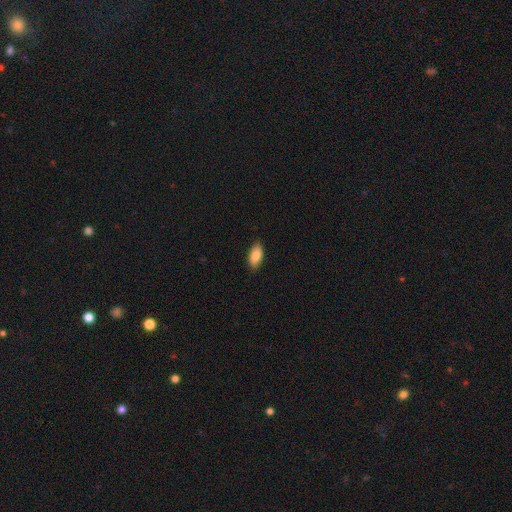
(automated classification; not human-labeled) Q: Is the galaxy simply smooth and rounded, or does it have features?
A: smooth — 86%.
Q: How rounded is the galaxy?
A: in between — 91%.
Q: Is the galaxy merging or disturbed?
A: none — 87%.